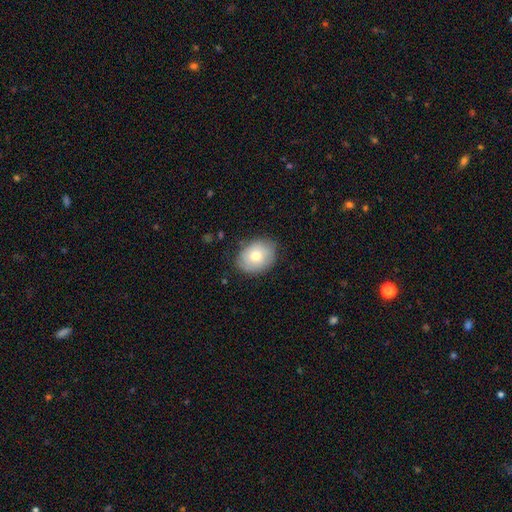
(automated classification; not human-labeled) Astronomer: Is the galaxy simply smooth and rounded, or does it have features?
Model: smooth — 73%.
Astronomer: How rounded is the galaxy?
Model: in between — 66%.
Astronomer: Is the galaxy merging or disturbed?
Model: none — 80%.